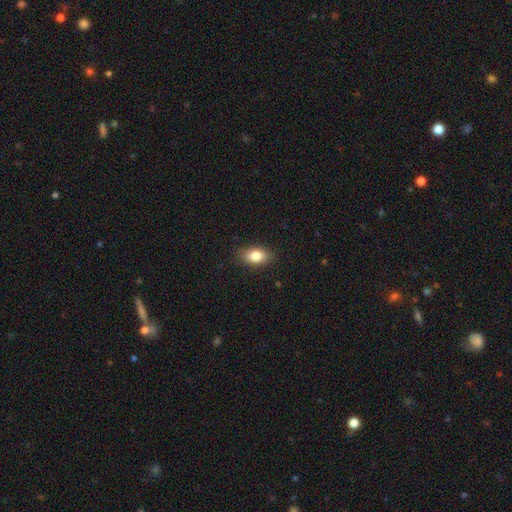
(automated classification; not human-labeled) Overall: smooth (82%). How rounded: in between (88%). Merging: none (87%).